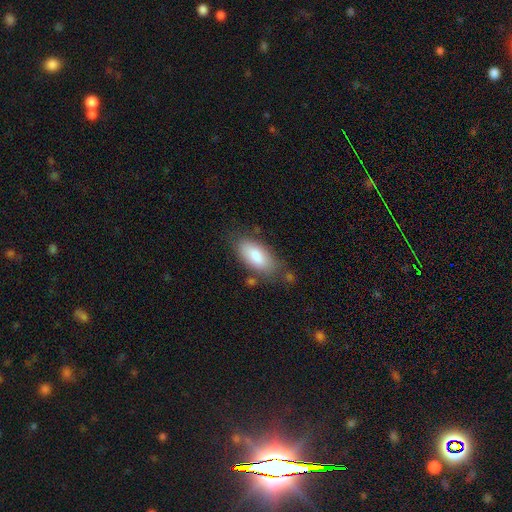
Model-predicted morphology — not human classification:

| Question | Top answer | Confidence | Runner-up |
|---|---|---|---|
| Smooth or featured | smooth | 84% | featured or disk (10%) |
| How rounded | in between | 90% | cigar-shaped (8%) |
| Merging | none | 71% | minor disturbance (19%) |